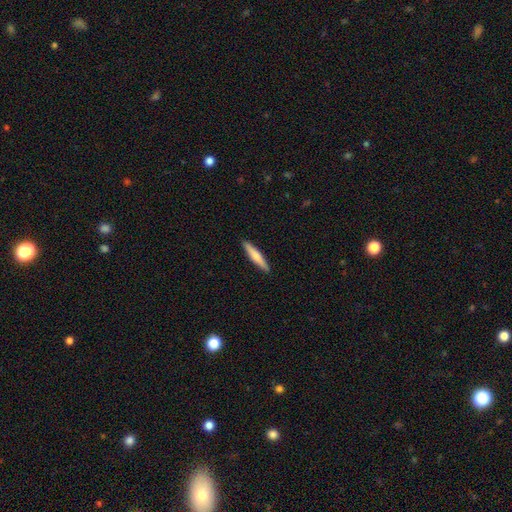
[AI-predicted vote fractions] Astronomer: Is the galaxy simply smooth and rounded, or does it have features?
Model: smooth — 61%.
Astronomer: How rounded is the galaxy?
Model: cigar-shaped — 91%.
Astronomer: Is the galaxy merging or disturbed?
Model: none — 91%.